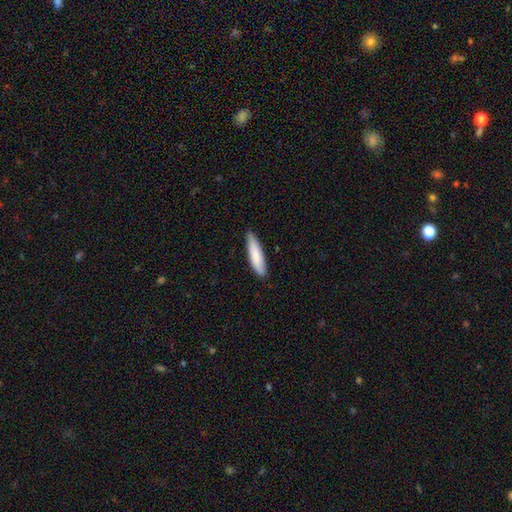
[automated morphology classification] A smooth galaxy with no disk features (83%) that is cigar-shaped (76%).

Vote fractions:
- Smooth or featured? smooth: 83% / featured or disk: 12% / star or artifact: 5%
- How rounded? cigar-shaped: 76% / in between: 23% / round: 1%
- Merging? none: 82% / minor disturbance: 15% / major disturbance: 2% / merger: 1%